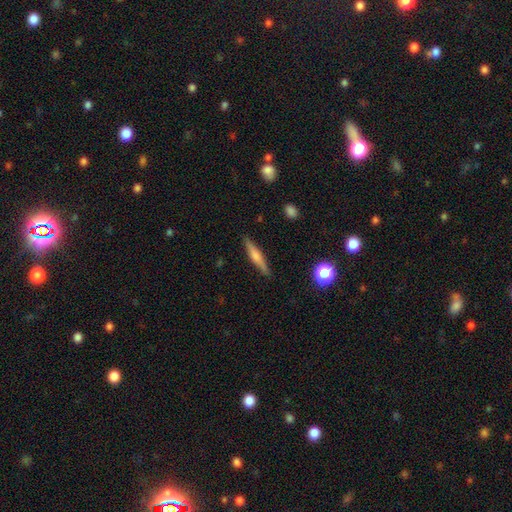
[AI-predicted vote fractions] Q: Smooth or featured?
A: featured or disk (51%); runner-up: smooth (41%)
Q: Edge-on disk?
A: yes (96%); runner-up: no (4%)
Q: Merging?
A: none (90%); runner-up: minor disturbance (7%)